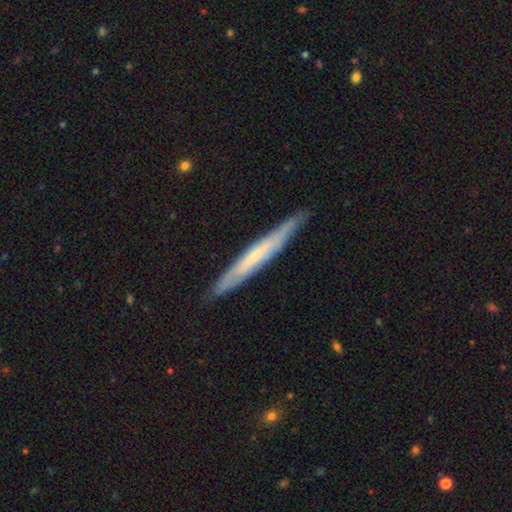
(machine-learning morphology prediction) This appears to be a featured or disk galaxy (57%) viewed edge-on (88%) with no central bulge (66%). Merging: none (88%).